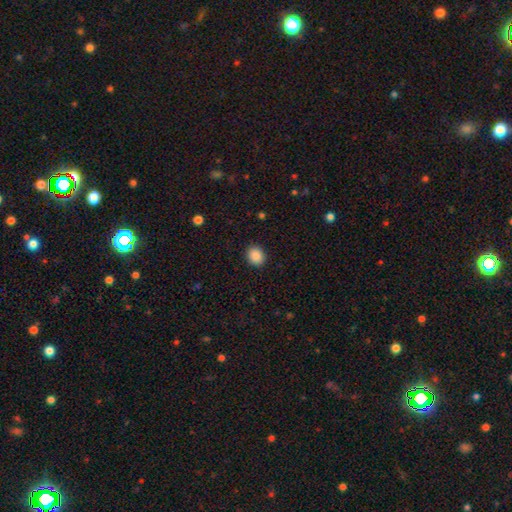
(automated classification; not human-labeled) A smooth galaxy with no disk features (89%) that is round (64%).

Vote fractions:
- Smooth or featured? smooth: 89% / star or artifact: 9% / featured or disk: 2%
- How rounded? round: 64% / in between: 35% / cigar-shaped: 1%
- Merging? none: 91% / minor disturbance: 6% / major disturbance: 2% / merger: 1%